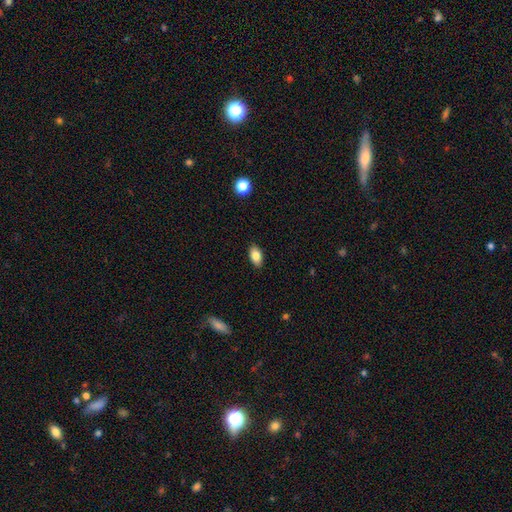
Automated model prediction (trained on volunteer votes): The model was most divided on "smooth or featured": smooth: 83%, featured or disk: 9%, star or artifact: 8%. More confident: how rounded — in between (92%); merging — none (89%).